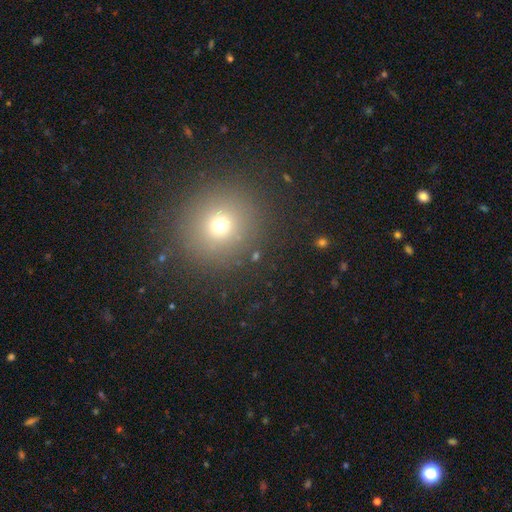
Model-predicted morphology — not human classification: Smooth or featured? Predicted: smooth (p=0.66). How rounded? Predicted: round (p=0.91). Merging? Predicted: none (p=0.86).